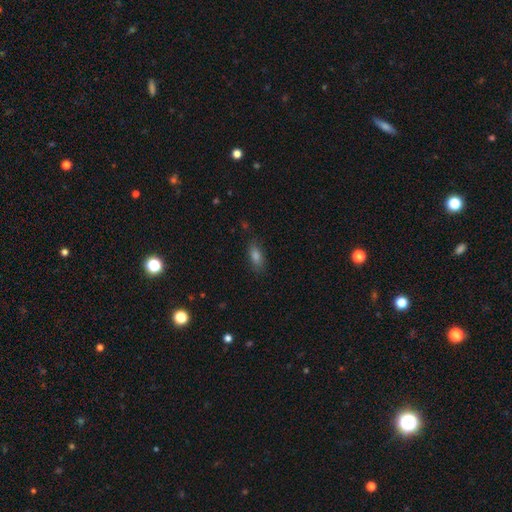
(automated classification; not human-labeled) The model was most divided on "smooth or featured": smooth: 70%, star or artifact: 17%, featured or disk: 13%. More confident: merging — none (83%); how rounded — in between (75%).